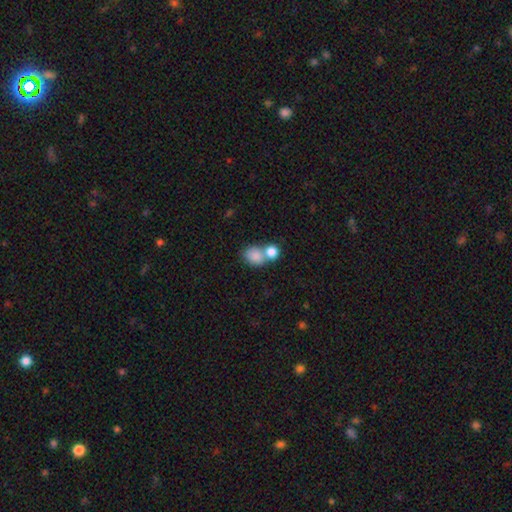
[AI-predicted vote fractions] Smooth or featured?
  - smooth: 82% *
  - featured or disk: 9%
  - star or artifact: 9%
How rounded?
  - round: 54% *
  - in between: 45%
  - cigar-shaped: 1%
Merging?
  - merger: 51% *
  - none: 36%
  - minor disturbance: 9%
  - major disturbance: 4%